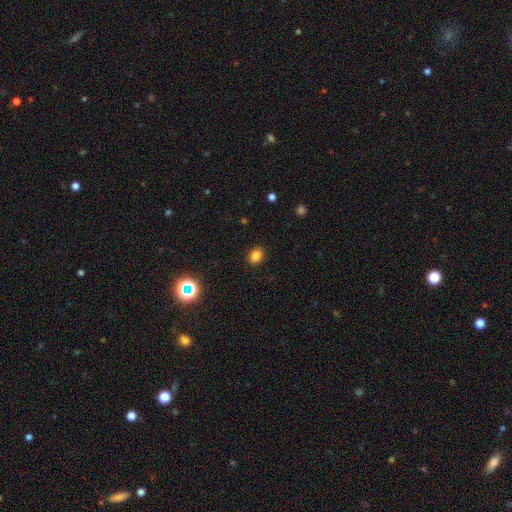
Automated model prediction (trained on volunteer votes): This appears to be a smooth galaxy with no disk features (82%) that is in between round and cigar-shaped (51%). Merging: none (89%).